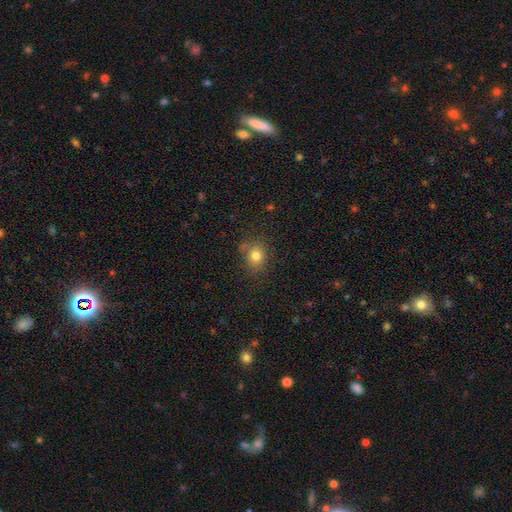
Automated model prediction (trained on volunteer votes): Q: Smooth or featured?
A: smooth (80%); runner-up: star or artifact (13%)
Q: How rounded?
A: round (65%); runner-up: in between (34%)
Q: Merging?
A: none (77%); runner-up: minor disturbance (15%)